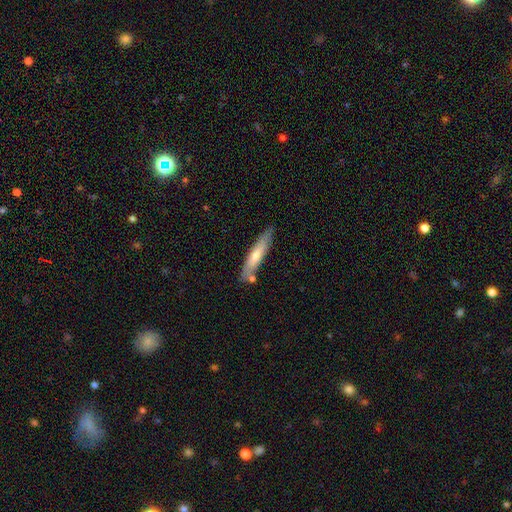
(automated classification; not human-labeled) Q: Smooth or featured?
A: smooth (66%); runner-up: featured or disk (29%)
Q: How rounded?
A: cigar-shaped (84%); runner-up: in between (15%)
Q: Merging?
A: none (74%); runner-up: minor disturbance (15%)